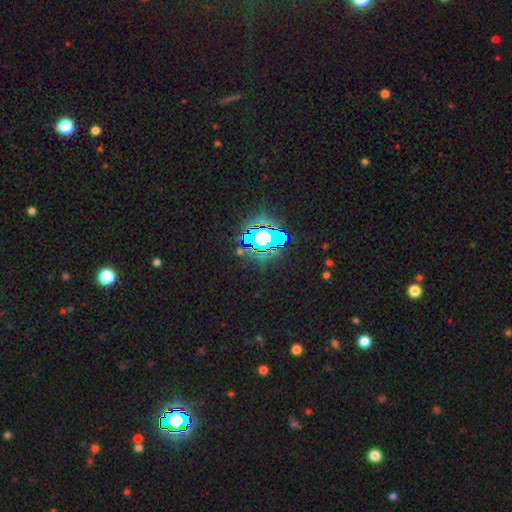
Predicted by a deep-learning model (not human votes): This appears to be a star or artifact, not a galaxy (82%).